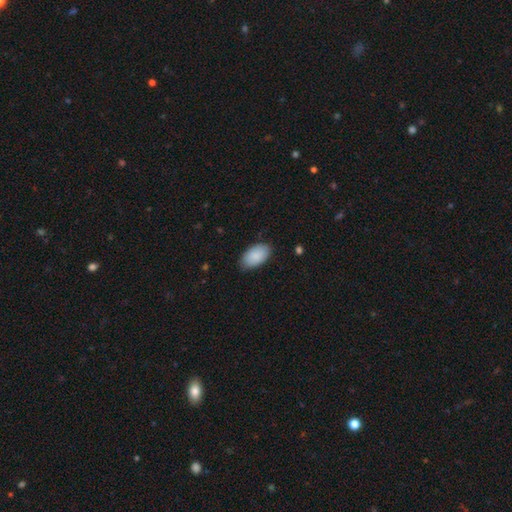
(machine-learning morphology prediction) Smooth or featured?
  - smooth: 89% *
  - star or artifact: 6%
  - featured or disk: 6%
How rounded?
  - in between: 95% *
  - round: 3%
  - cigar-shaped: 1%
Merging?
  - none: 80% *
  - minor disturbance: 17%
  - major disturbance: 3%
  - merger: 1%